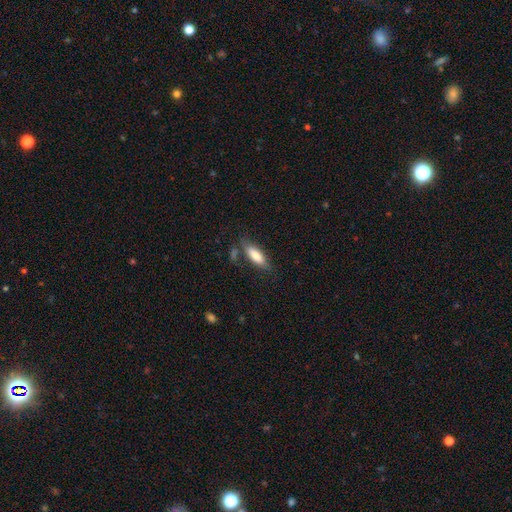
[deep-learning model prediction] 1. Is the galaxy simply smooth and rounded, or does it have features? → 78% smooth, 16% featured or disk, 6% star or artifact.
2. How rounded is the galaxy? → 59% in between, 39% cigar-shaped, 2% round.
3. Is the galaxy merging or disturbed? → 68% none, 18% minor disturbance, 9% merger, 5% major disturbance.